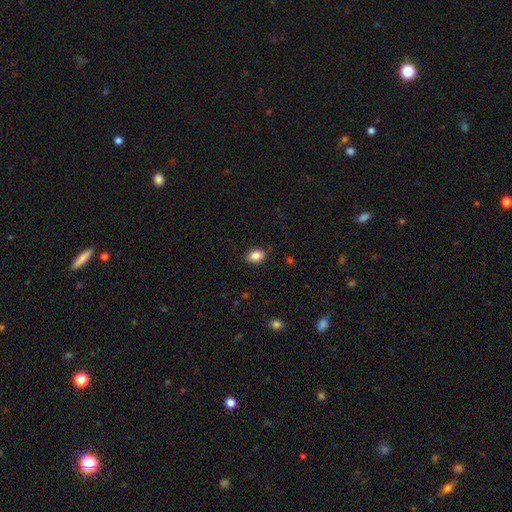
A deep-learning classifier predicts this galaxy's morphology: smooth_or_featured: smooth (p=0.85) [alt: star or artifact p=0.08]
how_rounded: in between (p=0.78) [alt: round p=0.21]
merging: none (p=0.86) [alt: minor disturbance p=0.11]